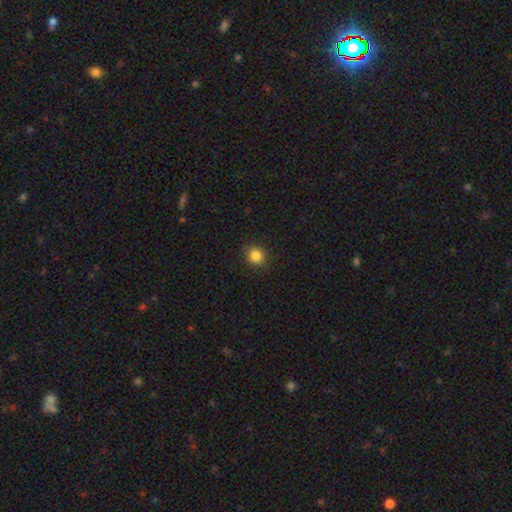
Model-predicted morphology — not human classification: Smooth or featured?
  - smooth: 85% *
  - star or artifact: 11%
  - featured or disk: 4%
How rounded?
  - round: 86% *
  - in between: 13%
  - cigar-shaped: 1%
Merging?
  - none: 89% *
  - minor disturbance: 8%
  - major disturbance: 2%
  - merger: 1%